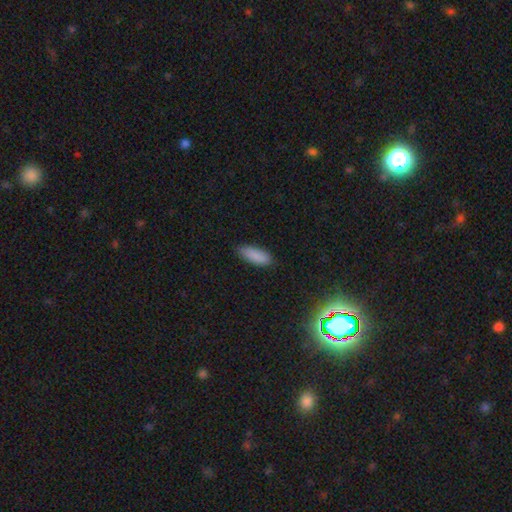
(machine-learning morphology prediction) Smooth or featured: smooth — 88% (star or artifact — 7%)
How rounded: in between — 70% (cigar-shaped — 28%)
Merging: none — 85% (minor disturbance — 12%)